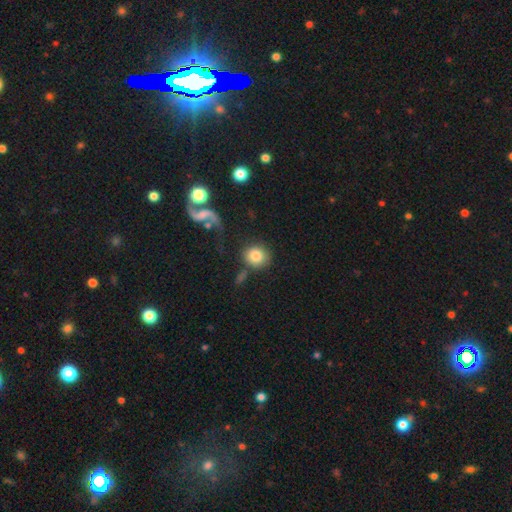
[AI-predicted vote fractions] Smooth or featured? smooth (80%)
How rounded? round (87%)
Merging? none (67%)